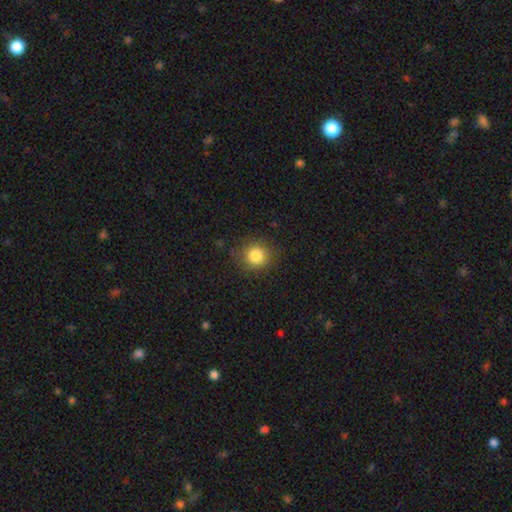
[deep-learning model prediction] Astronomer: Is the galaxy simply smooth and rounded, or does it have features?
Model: smooth — 84%.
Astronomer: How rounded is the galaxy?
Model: round — 89%.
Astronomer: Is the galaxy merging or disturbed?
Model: none — 85%.